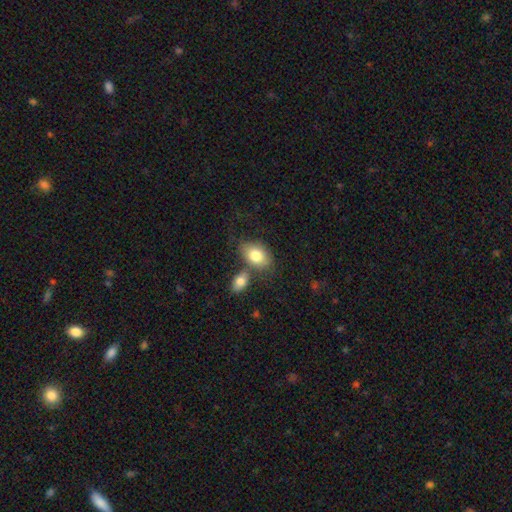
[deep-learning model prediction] Morphology: type=smooth (81%); roundness=in between (87%); merging=none (54%).